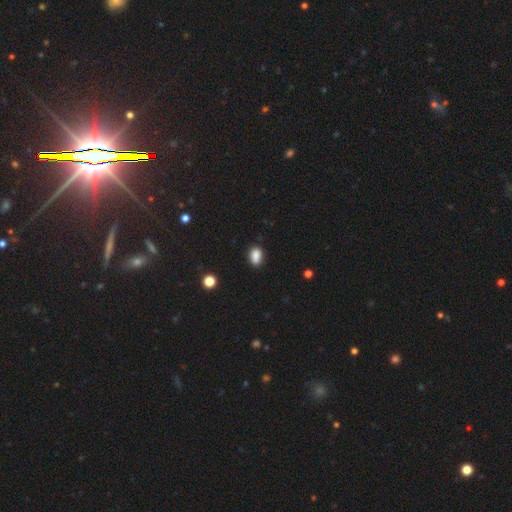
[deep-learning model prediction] smooth_or_featured: smooth (p=0.86) [alt: star or artifact p=0.10]
how_rounded: in between (p=0.81) [alt: round p=0.17]
merging: none (p=0.79) [alt: minor disturbance p=0.16]